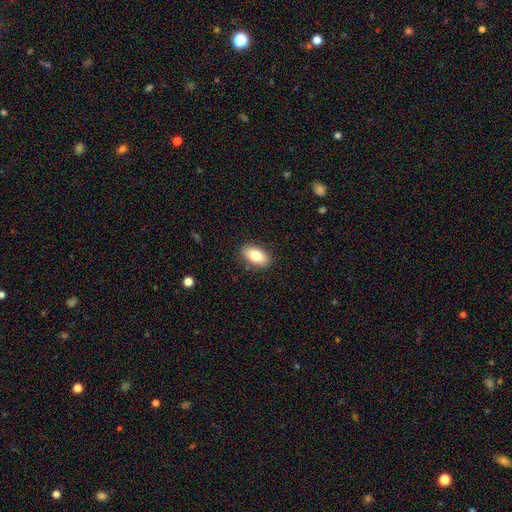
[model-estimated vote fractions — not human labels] A smooth galaxy with no disk features (82%) that is in between round and cigar-shaped (92%). Merging: none (87%).